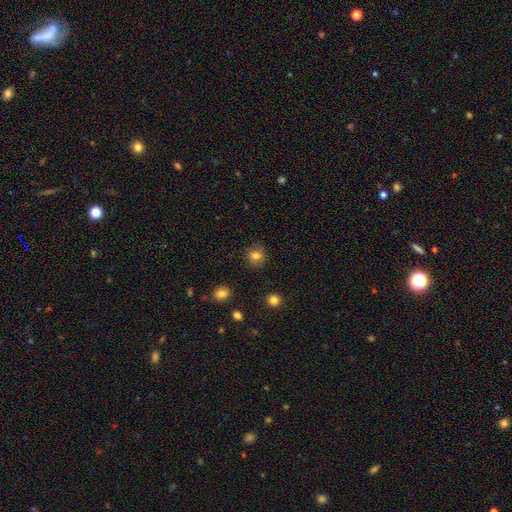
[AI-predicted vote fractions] A smooth galaxy with no disk features (81%) that is round (86%). Merging: none (88%).